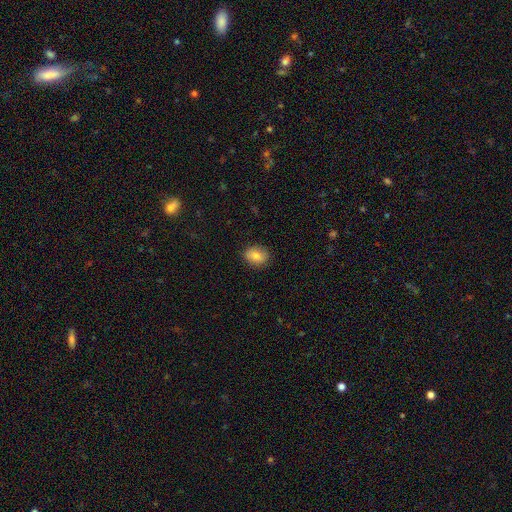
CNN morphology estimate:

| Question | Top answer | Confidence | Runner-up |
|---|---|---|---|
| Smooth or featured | smooth | 79% | featured or disk (12%) |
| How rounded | in between | 50% | round (48%) |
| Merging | none | 86% | minor disturbance (10%) |